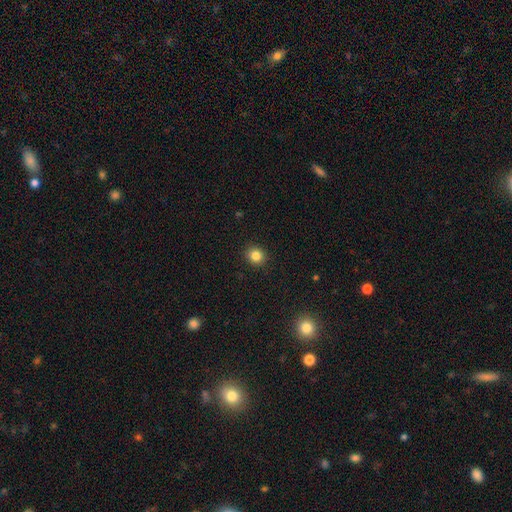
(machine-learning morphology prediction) Smooth or featured? Predicted: smooth (p=0.84). How rounded? Predicted: round (p=0.86). Merging? Predicted: none (p=0.92).